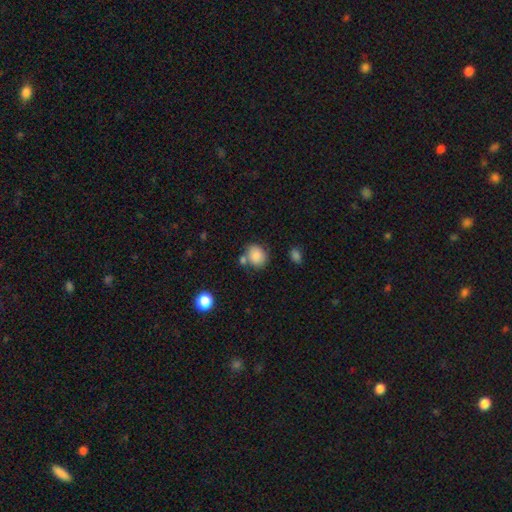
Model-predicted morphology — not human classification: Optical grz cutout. It shows a smooth galaxy with no disk features (84%) that is round (69%). Merging: none (61%).